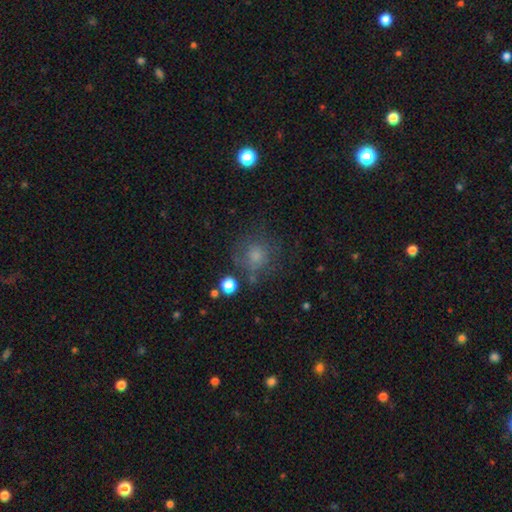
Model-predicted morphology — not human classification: Overall: smooth (71%). How rounded: round (89%). Merging: none (66%).